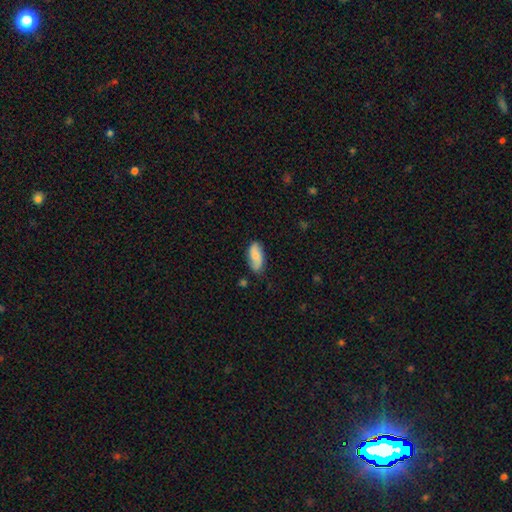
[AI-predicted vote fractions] This appears to be a smooth galaxy with no disk features (64%) that is in between round and cigar-shaped (88%). Merging: none (77%).